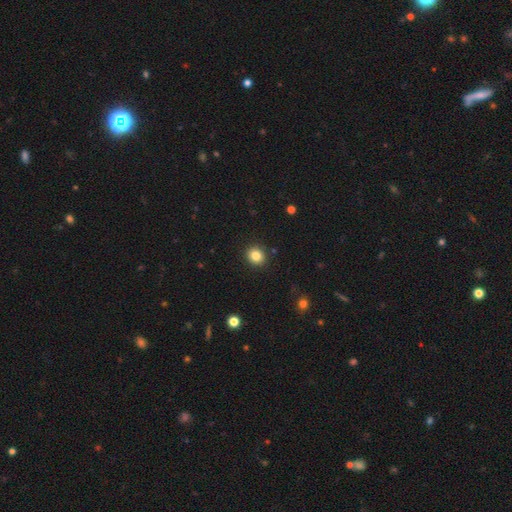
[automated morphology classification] Q: Smooth or featured?
A: smooth (83%); runner-up: star or artifact (11%)
Q: How rounded?
A: round (78%); runner-up: in between (21%)
Q: Merging?
A: none (91%); runner-up: minor disturbance (6%)